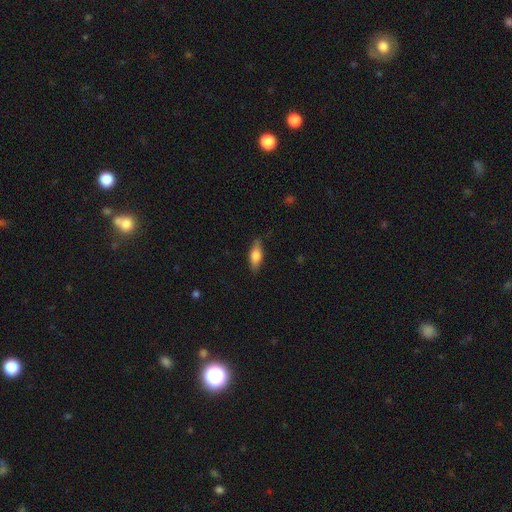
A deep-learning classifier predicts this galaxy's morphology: smooth_or_featured: smooth (p=0.65) [alt: featured or disk p=0.29]
how_rounded: in between (p=0.69) [alt: cigar-shaped p=0.28]
merging: none (p=0.82) [alt: minor disturbance p=0.14]